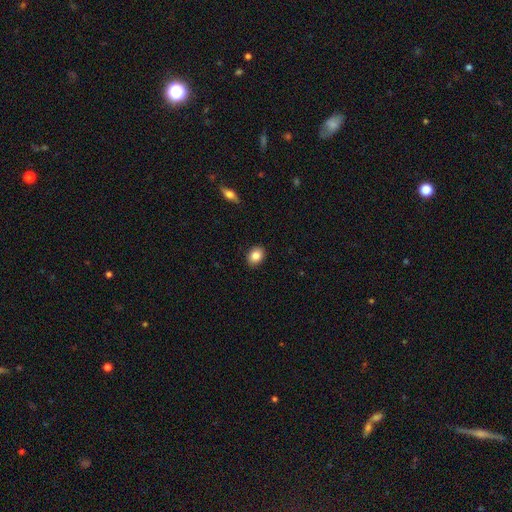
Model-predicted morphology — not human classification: The model was most divided on "how rounded": in between: 64%, round: 35%, cigar-shaped: 1%. More confident: merging — none (90%); smooth or featured — smooth (84%).